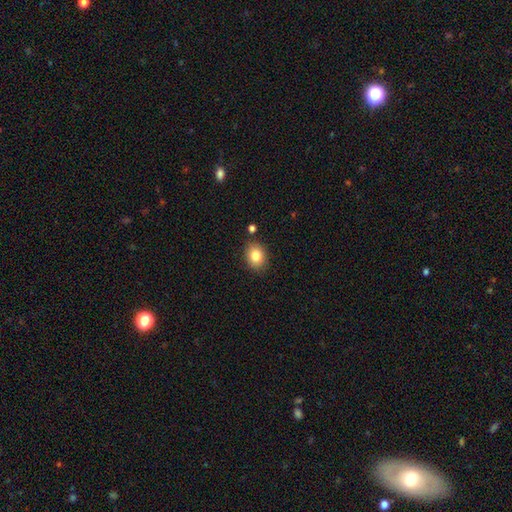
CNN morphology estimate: This appears to be a smooth galaxy with no disk features (83%) that is in between round and cigar-shaped (52%). Merging: none (84%).